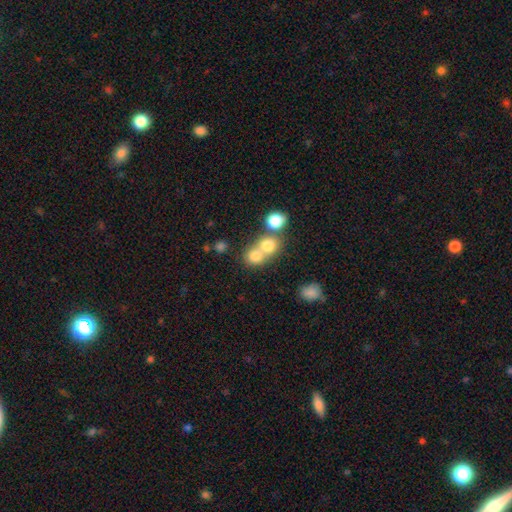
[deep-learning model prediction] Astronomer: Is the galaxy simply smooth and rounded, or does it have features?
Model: smooth — 76%.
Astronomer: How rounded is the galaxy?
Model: round — 81%.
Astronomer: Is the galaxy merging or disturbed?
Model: merger — 54% (runner-up: none, 38%).